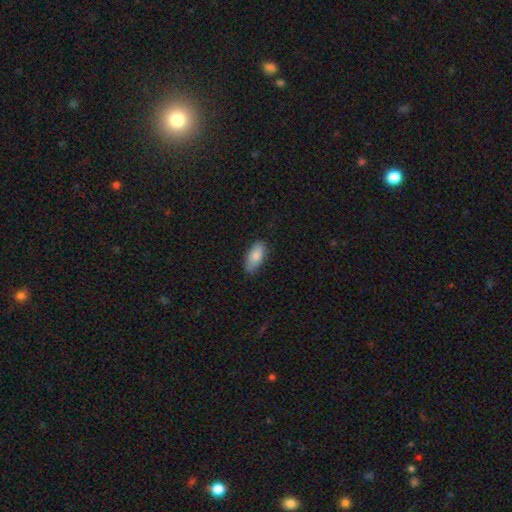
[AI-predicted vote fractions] smooth 85%, featured or disk 9%, star or artifact 6%. Down the decision tree: how rounded — in between (89%); merging — none (81%).